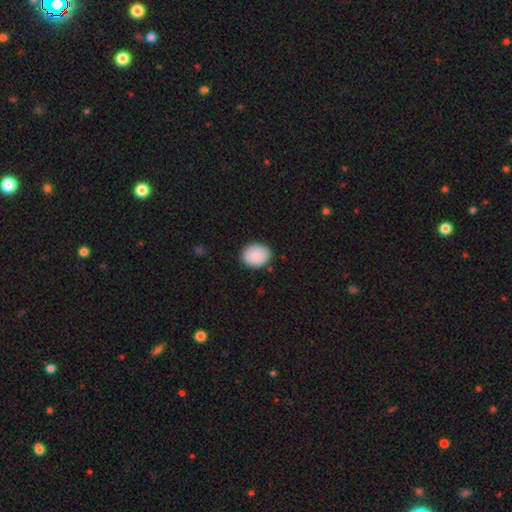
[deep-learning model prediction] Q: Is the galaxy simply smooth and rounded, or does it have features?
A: smooth — 88%.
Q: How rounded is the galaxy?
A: round — 57%.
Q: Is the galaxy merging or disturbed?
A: none — 84%.